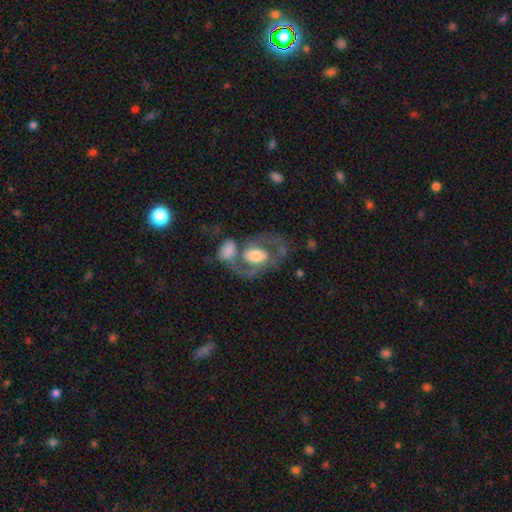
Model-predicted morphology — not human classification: smooth-or-featured: featured or disk: 64% | smooth: 29% | star or artifact: 7%
  disk-edge-on: no: 95% | yes: 5%
    bar: no: 50% | weak: 31% | strong: 18%
    has-spiral-arms: yes: 65% | no: 35%
    bulge-size: moderate: 50% | large: 29% | small: 14% | dominant: 4% | none: 3%
  merging: none: 40% | merger: 28% | major disturbance: 17% | minor disturbance: 15%